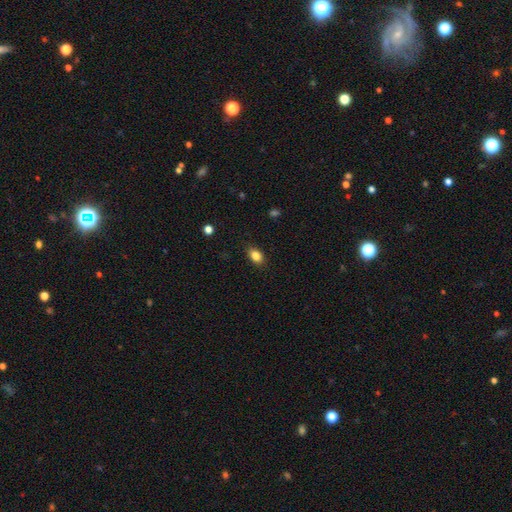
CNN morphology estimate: Smooth or featured?
  - smooth: 85% *
  - star or artifact: 9%
  - featured or disk: 6%
How rounded?
  - in between: 78% *
  - round: 20%
  - cigar-shaped: 2%
Merging?
  - none: 87% *
  - minor disturbance: 10%
  - major disturbance: 2%
  - merger: 1%